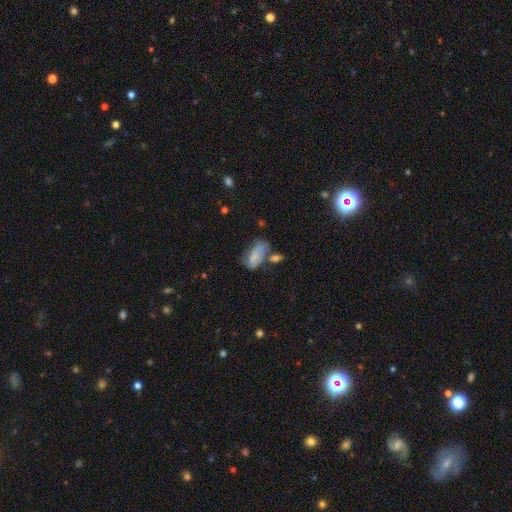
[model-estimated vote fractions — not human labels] This is likely a smooth galaxy (68%). How rounded: clearly in between (89%). Merging: marginally none (35%).